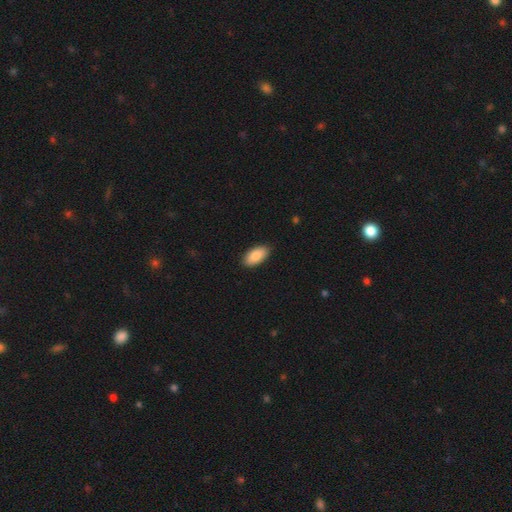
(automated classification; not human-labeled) Q: Smooth or featured?
A: smooth (88%); runner-up: featured or disk (7%)
Q: How rounded?
A: in between (94%); runner-up: cigar-shaped (4%)
Q: Merging?
A: none (88%); runner-up: minor disturbance (10%)